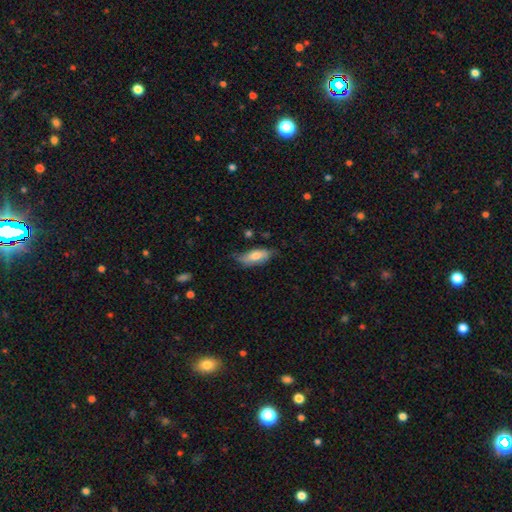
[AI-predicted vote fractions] This is likely a smooth galaxy (68%). How rounded: likely in between (75%). Merging: likely none (63%).